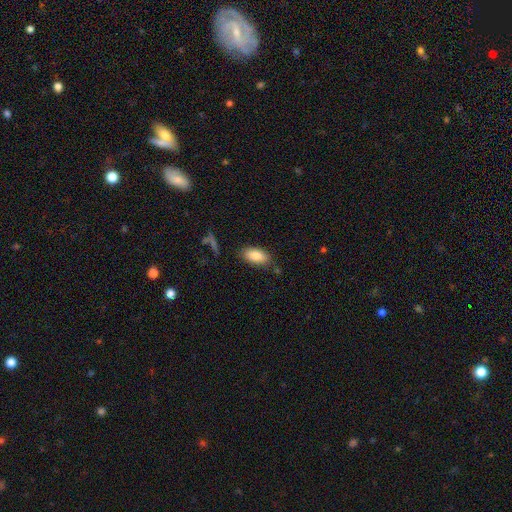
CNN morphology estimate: A smooth galaxy with no disk features (85%) that is in between round and cigar-shaped (92%). Merging: none (79%).